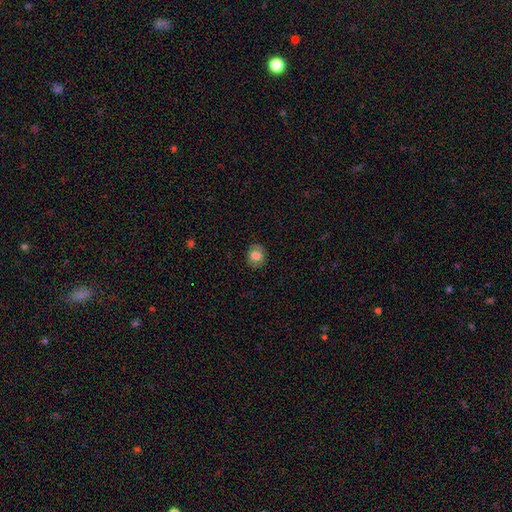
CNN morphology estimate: This appears to be a smooth galaxy with no disk features (76%) that is round (67%). Merging: none (85%).